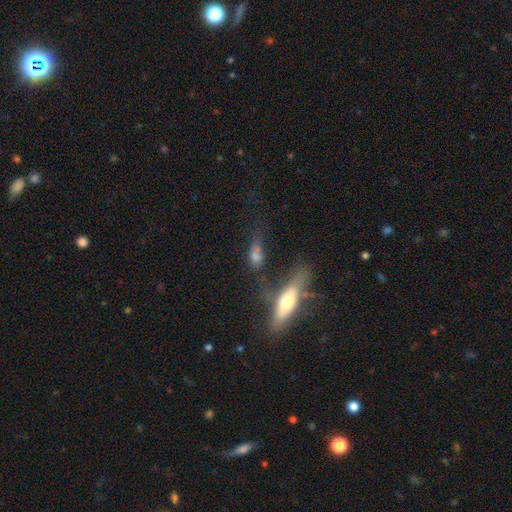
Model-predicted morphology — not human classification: Smooth or featured: smooth — 57% (featured or disk — 28%)
How rounded: in between — 53% (cigar-shaped — 36%)
Merging: none — 43% (merger — 22%)